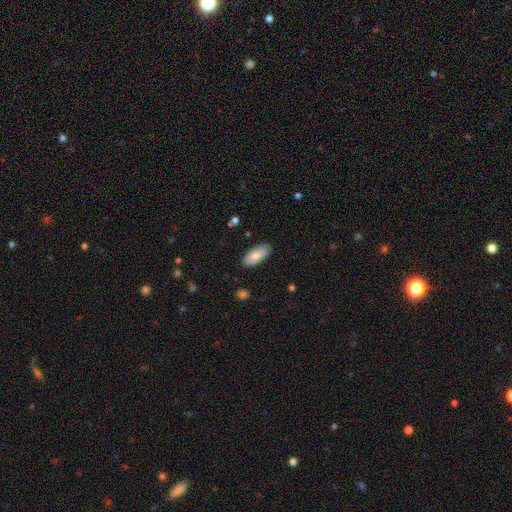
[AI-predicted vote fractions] Smooth or featured? Predicted: smooth (p=0.82). How rounded? Predicted: in between (p=0.90). Merging? Predicted: none (p=0.86).